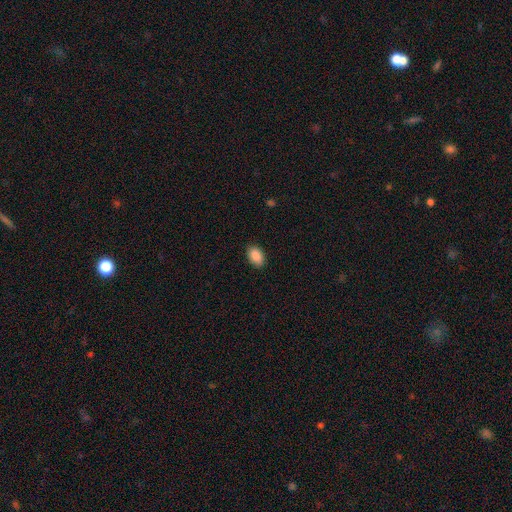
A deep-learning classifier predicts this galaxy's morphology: smooth 89%, star or artifact 7%, featured or disk 4%. Down the decision tree: how rounded — in between (90%); merging — none (89%).